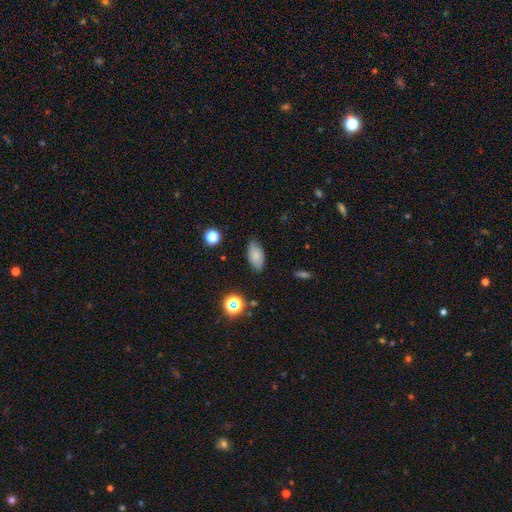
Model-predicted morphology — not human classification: smooth_or_featured: smooth (p=0.78) [alt: featured or disk p=0.12]
how_rounded: in between (p=0.91) [alt: cigar-shaped p=0.05]
merging: none (p=0.81) [alt: minor disturbance p=0.15]